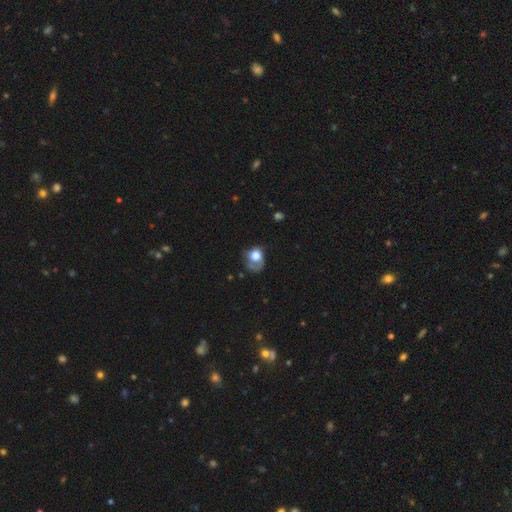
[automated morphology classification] A smooth galaxy with no disk features (61%) that is round (56%).

Vote fractions:
- Smooth or featured? smooth: 61% / featured or disk: 29% / star or artifact: 9%
- How rounded? round: 56% / in between: 43% / cigar-shaped: 1%
- Merging? major disturbance: 43% / none: 27% / minor disturbance: 26% / merger: 3%